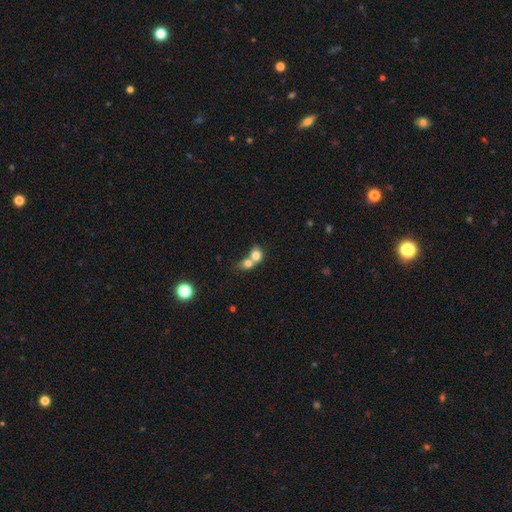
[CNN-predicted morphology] Smooth or featured? smooth (77%)
How rounded? round (66%)
Merging? merger (68%)